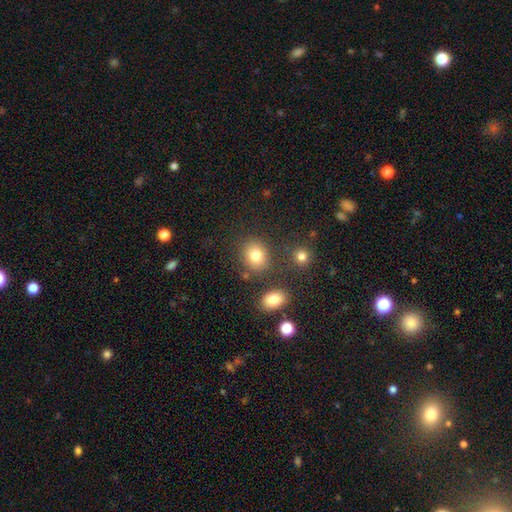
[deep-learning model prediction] smooth_or_featured: smooth (p=0.82) [alt: star or artifact p=0.11]
how_rounded: round (p=0.63) [alt: in between p=0.36]
merging: none (p=0.77) [alt: minor disturbance p=0.11]